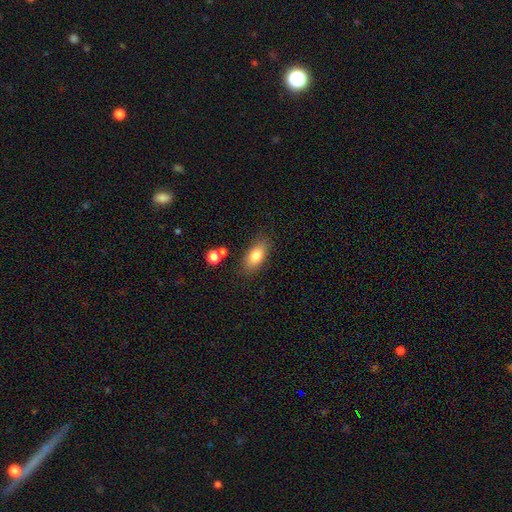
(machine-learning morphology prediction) Smooth or featured?
  - smooth: 80% *
  - featured or disk: 12%
  - star or artifact: 8%
How rounded?
  - in between: 85% *
  - cigar-shaped: 9%
  - round: 6%
Merging?
  - none: 82% *
  - minor disturbance: 12%
  - merger: 3%
  - major disturbance: 3%